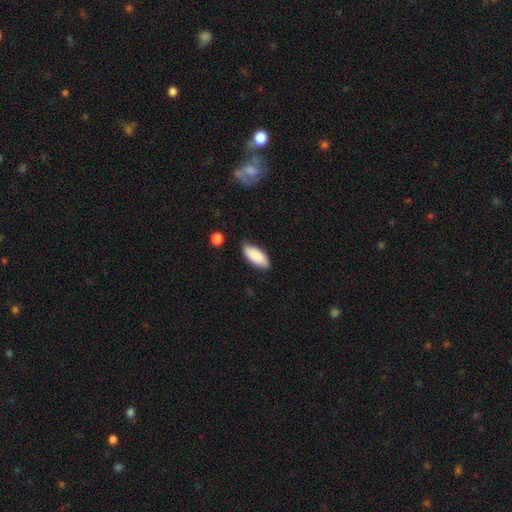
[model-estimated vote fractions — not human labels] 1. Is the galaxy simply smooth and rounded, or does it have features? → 86% smooth, 8% featured or disk, 6% star or artifact.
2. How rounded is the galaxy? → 84% in between, 14% cigar-shaped, 2% round.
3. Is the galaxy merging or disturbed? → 79% none, 16% minor disturbance, 3% major disturbance, 2% merger.